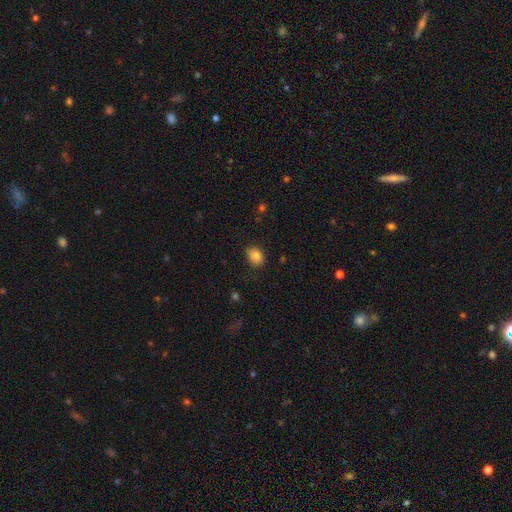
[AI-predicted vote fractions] Overall: smooth (83%). How rounded: in between (57%; round 42%). Merging: none (82%).